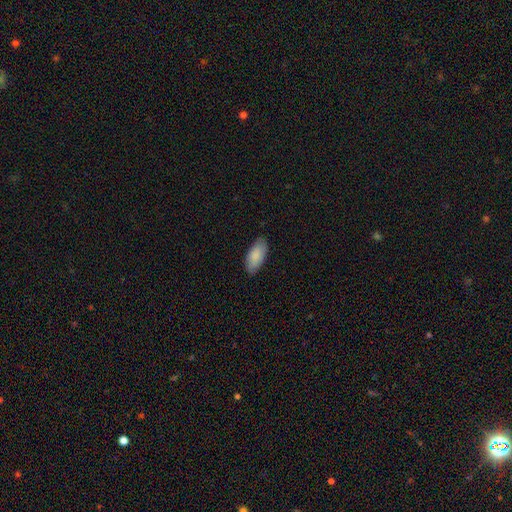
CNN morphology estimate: Overall: smooth (87%). How rounded: in between (92%). Merging: none (83%).